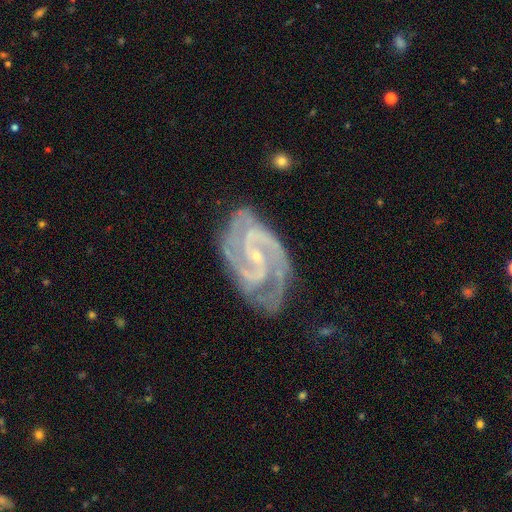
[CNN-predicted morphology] A featured or disk galaxy (93%) with a weak bar (41%), 2 (73%) medium (51%) spiral arms (99%) and a small central bulge (84%). Merging: none (69%).